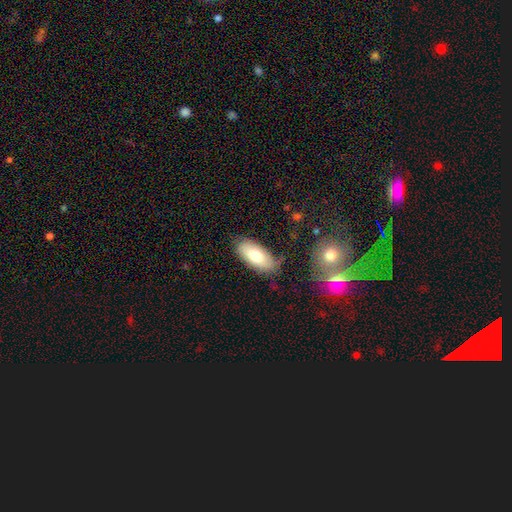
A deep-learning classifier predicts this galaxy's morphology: The model was most divided on "merging": none: 77%, minor disturbance: 17%, major disturbance: 4%, merger: 3%. More confident: how rounded — in between (90%); smooth or featured — smooth (77%).